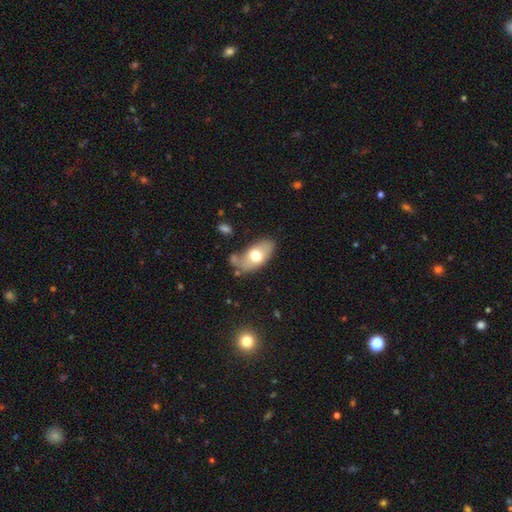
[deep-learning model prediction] A smooth galaxy with no disk features (64%) that is in between round and cigar-shaped (93%). Merging: none (52%).